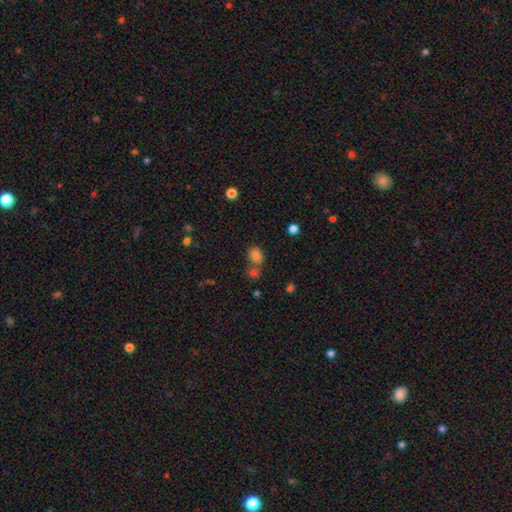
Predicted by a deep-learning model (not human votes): smooth_or_featured: smooth (p=0.80) [alt: star or artifact p=0.14]
how_rounded: in between (p=0.75) [alt: round p=0.24]
merging: none (p=0.53) [alt: merger p=0.30]